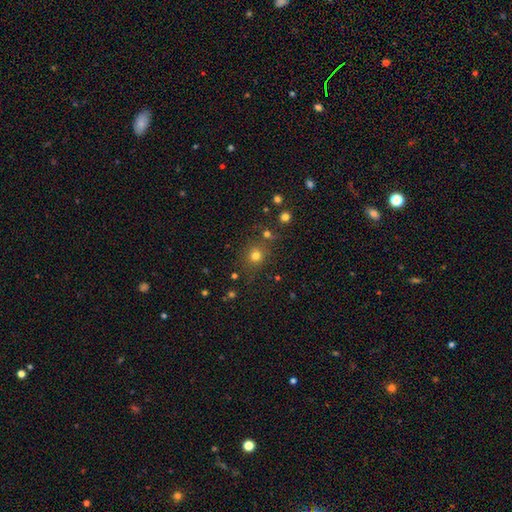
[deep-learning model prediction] A smooth galaxy with no disk features (75%) that is round (85%).

Vote fractions:
- Smooth or featured? smooth: 75% / star or artifact: 18% / featured or disk: 8%
- How rounded? round: 85% / in between: 14% / cigar-shaped: 1%
- Merging? none: 75% / minor disturbance: 11% / merger: 9% / major disturbance: 5%